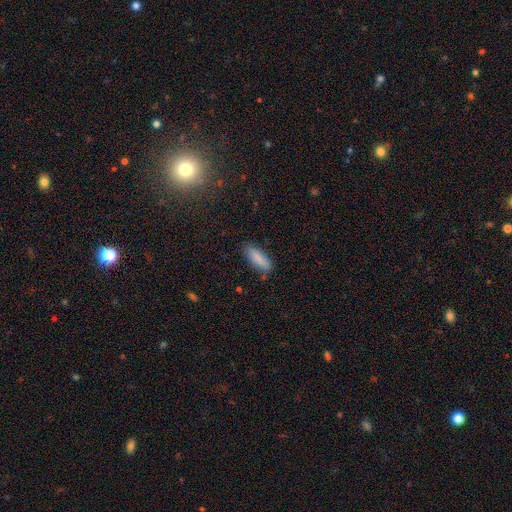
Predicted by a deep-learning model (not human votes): smooth-or-featured: smooth: 84% | star or artifact: 9% | featured or disk: 7%
  how-rounded: cigar-shaped: 54% | in between: 44% | round: 2%
  merging: none: 83% | minor disturbance: 12% | major disturbance: 3% | merger: 2%